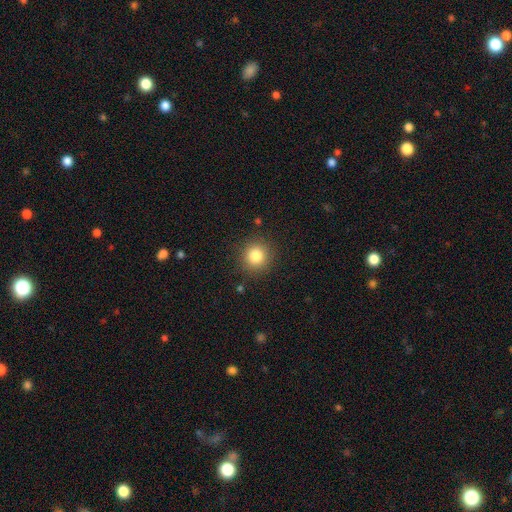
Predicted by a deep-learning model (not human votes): smooth 83%, star or artifact 11%, featured or disk 6%. Down the decision tree: how rounded — round (92%); merging — none (89%).